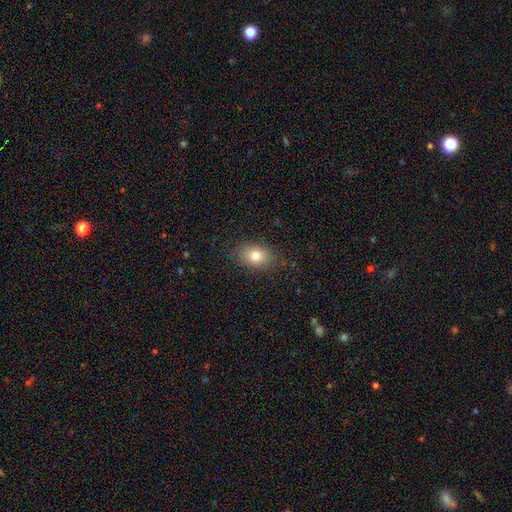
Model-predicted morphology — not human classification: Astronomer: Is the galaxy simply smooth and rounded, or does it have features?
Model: smooth — 81%.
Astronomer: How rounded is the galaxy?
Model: in between — 76%.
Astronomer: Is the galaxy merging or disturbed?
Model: none — 84%.